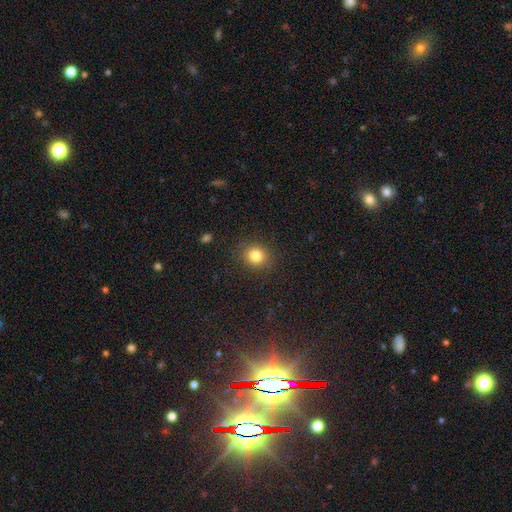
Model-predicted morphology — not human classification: Smooth or featured?
  - smooth: 82% *
  - star or artifact: 12%
  - featured or disk: 6%
How rounded?
  - round: 82% *
  - in between: 17%
  - cigar-shaped: 1%
Merging?
  - none: 88% *
  - minor disturbance: 8%
  - major disturbance: 3%
  - merger: 1%